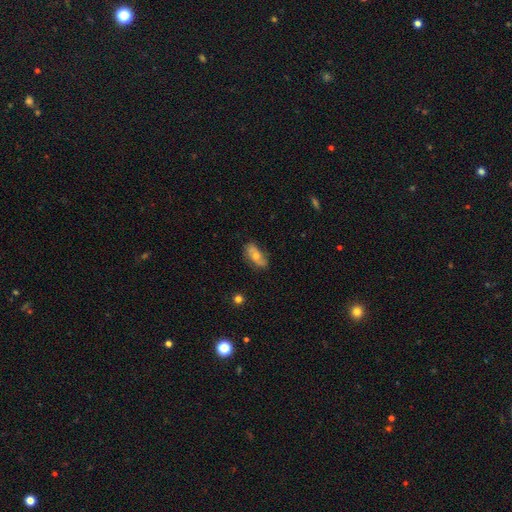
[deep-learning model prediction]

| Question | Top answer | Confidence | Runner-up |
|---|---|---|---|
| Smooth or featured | featured or disk | 52% | smooth (39%) |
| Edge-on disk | no | 85% | yes (15%) |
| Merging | none | 71% | minor disturbance (21%) |